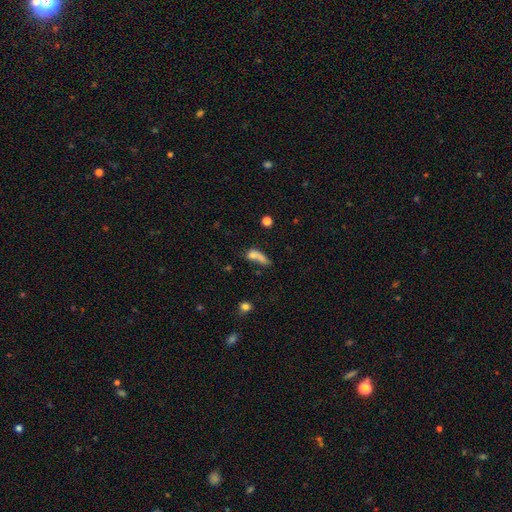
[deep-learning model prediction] Q: Smooth or featured?
A: smooth (68%); runner-up: featured or disk (20%)
Q: How rounded?
A: in between (48%); runner-up: cigar-shaped (38%)
Q: Merging?
A: merger (31%); runner-up: none (30%)